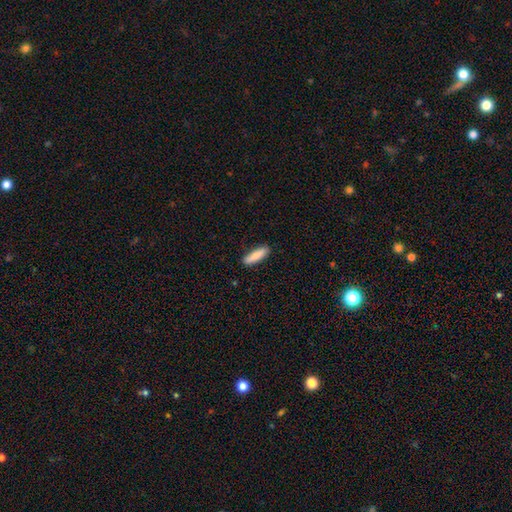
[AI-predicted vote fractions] Smooth or featured?
  - smooth: 82% *
  - featured or disk: 12%
  - star or artifact: 6%
How rounded?
  - cigar-shaped: 65% *
  - in between: 34%
  - round: 2%
Merging?
  - none: 87% *
  - minor disturbance: 10%
  - major disturbance: 2%
  - merger: 1%